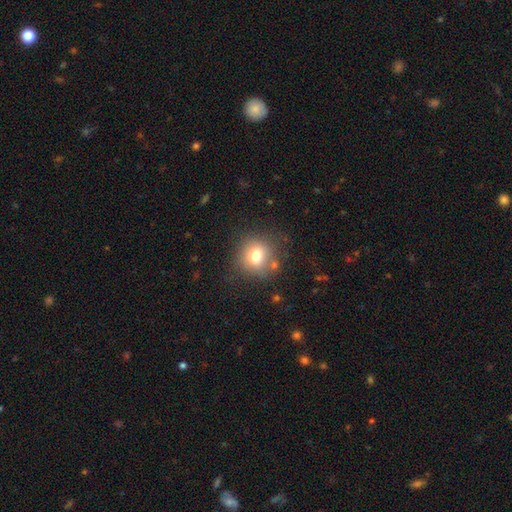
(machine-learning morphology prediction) Overall: smooth (73%). How rounded: round (71%). Merging: none (74%).